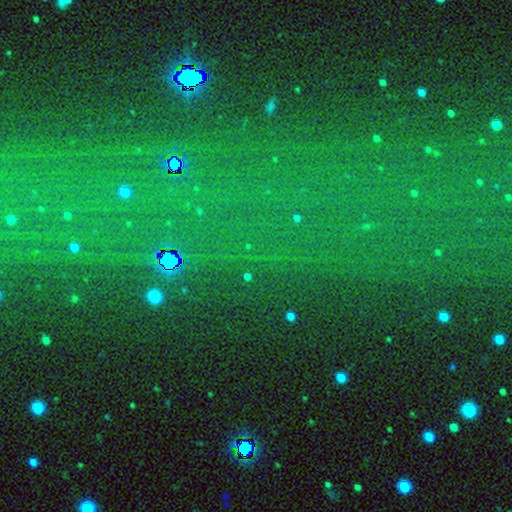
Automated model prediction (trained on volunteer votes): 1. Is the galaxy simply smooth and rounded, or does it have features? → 80% star or artifact, 11% smooth, 9% featured or disk.